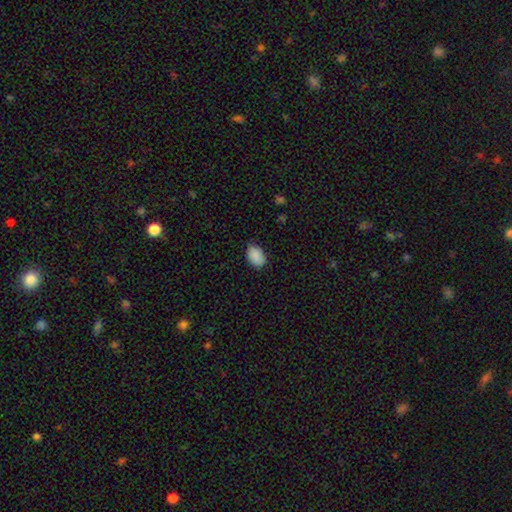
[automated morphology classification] type=smooth (90%); roundness=in between (89%); merging=none (79%).